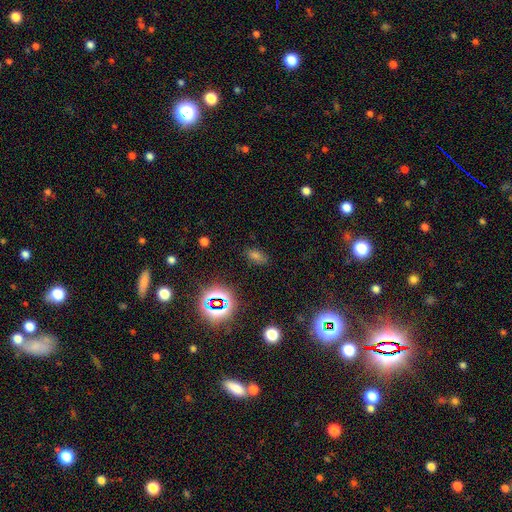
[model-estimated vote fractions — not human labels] Q: Smooth or featured?
A: smooth (50%); runner-up: star or artifact (40%)
Q: How rounded?
A: in between (77%); runner-up: round (15%)
Q: Merging?
A: none (84%); runner-up: minor disturbance (11%)